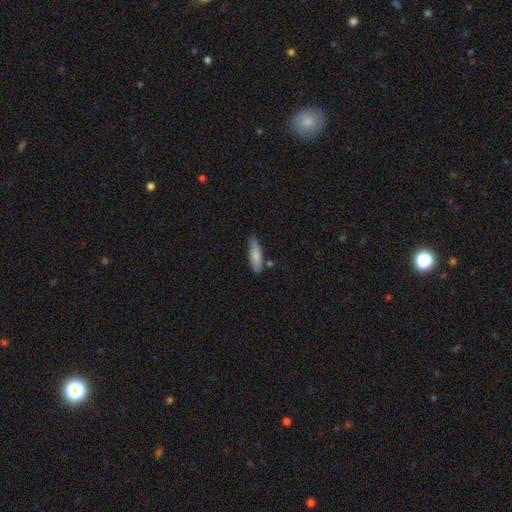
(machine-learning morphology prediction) Smooth or featured? smooth (82%)
How rounded? cigar-shaped (61%)
Merging? none (76%)